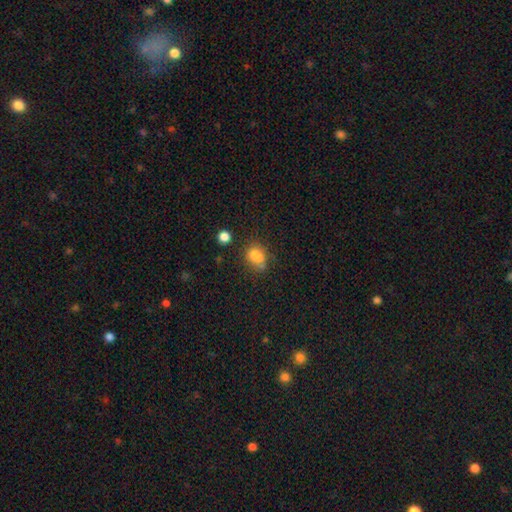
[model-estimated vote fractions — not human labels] Smooth or featured?
  - smooth: 75% *
  - star or artifact: 14%
  - featured or disk: 11%
How rounded?
  - in between: 54% *
  - round: 44%
  - cigar-shaped: 2%
Merging?
  - none: 50% *
  - merger: 23%
  - minor disturbance: 20%
  - major disturbance: 8%